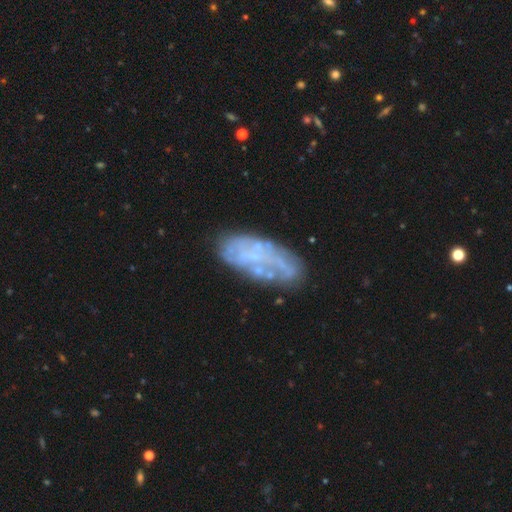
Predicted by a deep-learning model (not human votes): smooth_or_featured: featured or disk (p=0.62) [alt: smooth p=0.29]
disk_edge_on: no (p=0.93) [alt: yes p=0.07]
bar: no (p=0.83) [alt: weak p=0.13]
has_spiral_arms: no (p=0.72) [alt: yes p=0.28]
bulge_size: none (p=0.55) [alt: small p=0.36]
merging: none (p=0.59) [alt: minor disturbance p=0.21]